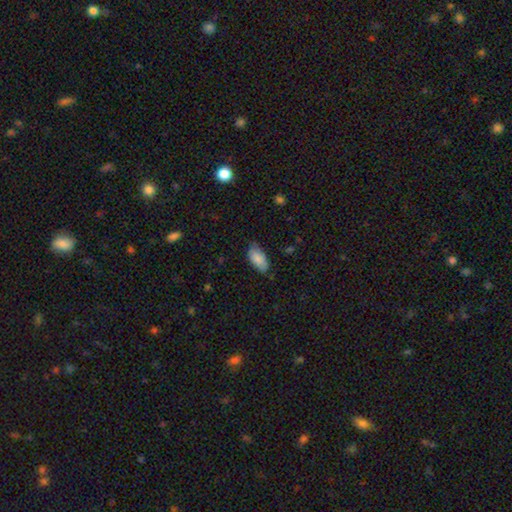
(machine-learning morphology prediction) Smooth or featured? Predicted: smooth (p=0.83). How rounded? Predicted: in between (p=0.92). Merging? Predicted: none (p=0.71).